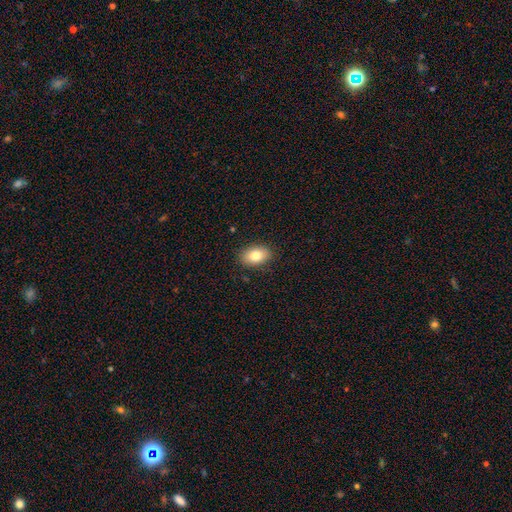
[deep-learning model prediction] Smooth or featured: smooth — 80% (featured or disk — 12%)
How rounded: in between — 86% (round — 13%)
Merging: none — 88% (minor disturbance — 9%)